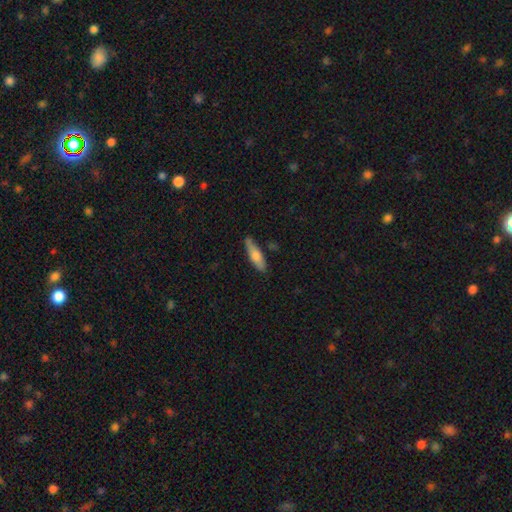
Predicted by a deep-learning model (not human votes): Smooth or featured? smooth (68%)
How rounded? cigar-shaped (67%)
Merging? none (78%)